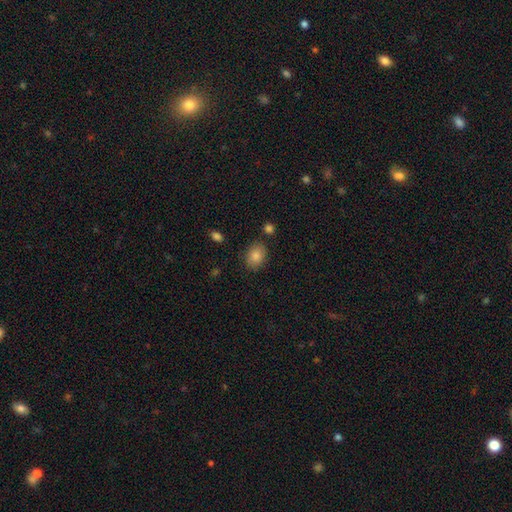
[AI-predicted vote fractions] Smooth or featured: smooth — 83% (star or artifact — 10%)
How rounded: in between — 65% (round — 34%)
Merging: none — 83% (minor disturbance — 11%)